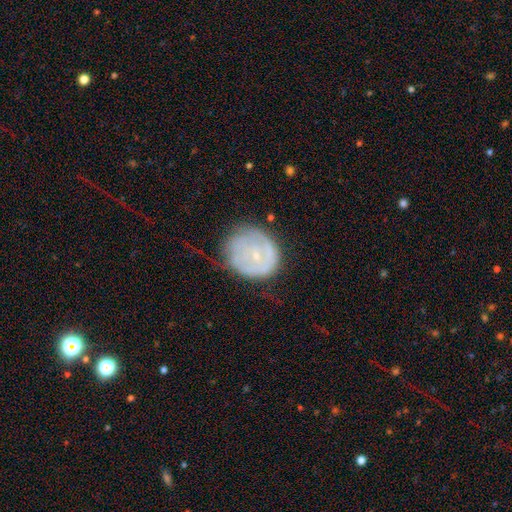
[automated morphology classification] type=featured or disk (52%); edge-on=no (97%); bar=no (80%); spiral arms=yes (55%); bulge=small (79%); merging=none (55%).